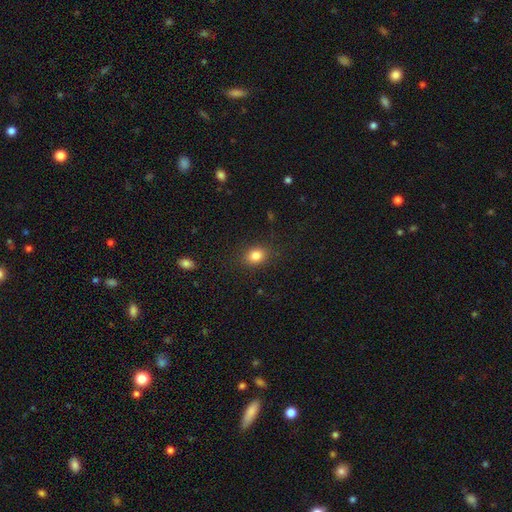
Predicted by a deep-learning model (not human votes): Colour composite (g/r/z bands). It shows a smooth galaxy with no disk features (83%) that is in between round and cigar-shaped (52%). Merging: none (86%).